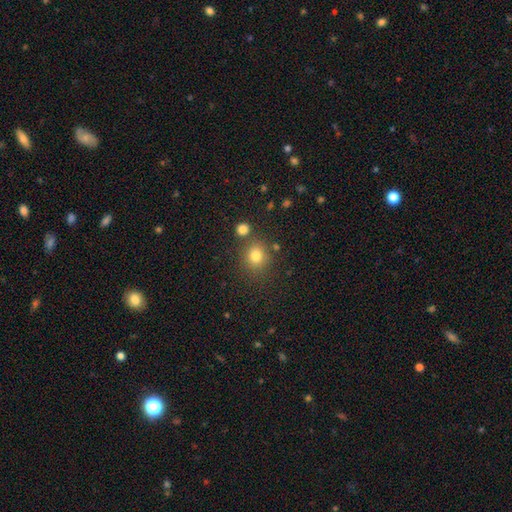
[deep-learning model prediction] Q: Smooth or featured?
A: smooth (79%); runner-up: star or artifact (14%)
Q: How rounded?
A: round (82%); runner-up: in between (17%)
Q: Merging?
A: none (75%); runner-up: merger (11%)